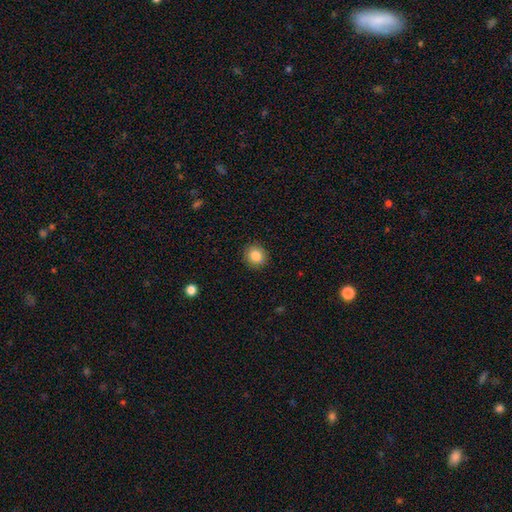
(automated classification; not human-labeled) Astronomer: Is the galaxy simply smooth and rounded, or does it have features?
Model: smooth — 85%.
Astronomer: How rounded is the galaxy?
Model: round — 88%.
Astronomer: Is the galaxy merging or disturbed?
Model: none — 91%.